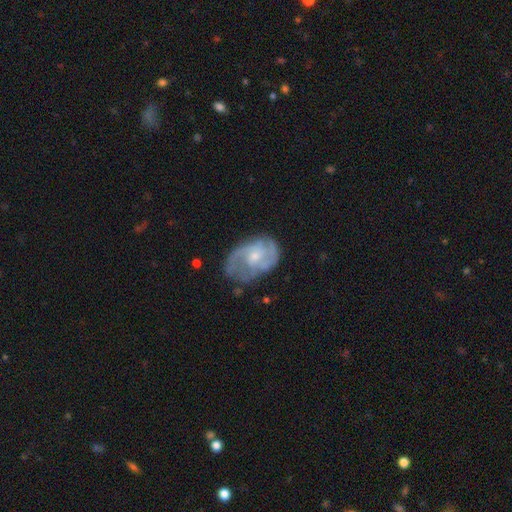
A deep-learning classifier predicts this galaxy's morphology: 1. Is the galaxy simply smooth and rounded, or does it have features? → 76% featured or disk, 18% smooth, 6% star or artifact.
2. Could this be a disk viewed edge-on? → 97% no, 3% yes.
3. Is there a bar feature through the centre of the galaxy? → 62% no, 33% weak, 5% strong.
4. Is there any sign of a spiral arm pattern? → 88% yes, 12% no.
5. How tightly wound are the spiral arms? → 46% medium, 34% tight, 20% loose.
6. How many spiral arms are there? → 45% 2, 27% can't tell, 16% 3, 5% 1, 4% 4, 3% more than 4.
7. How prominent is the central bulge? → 57% small, 37% moderate, 3% none, 2% large, 1% dominant.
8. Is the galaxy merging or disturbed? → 58% none, 25% minor disturbance, 14% major disturbance, 2% merger.